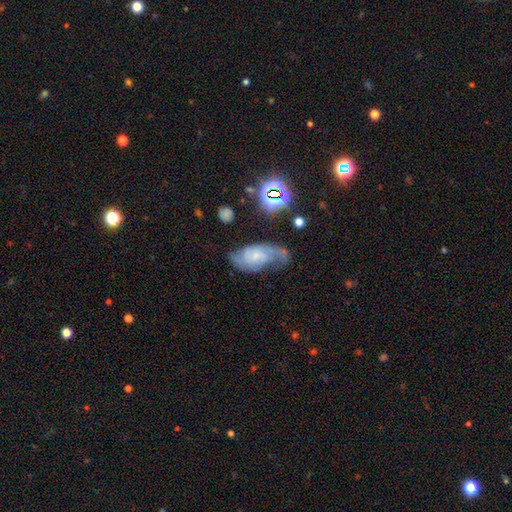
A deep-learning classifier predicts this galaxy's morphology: featured or disk 72%, smooth 17%, star or artifact 10%. Down the decision tree: edge-on disk — no (96%); bar — no (55%); spiral arms — yes (93%); spiral arm count — 2 (71%); spiral winding — medium (48%); bulge size — small (51%); merging — none (51%).